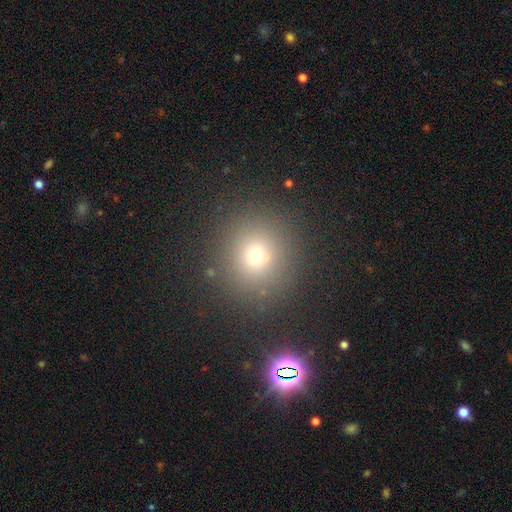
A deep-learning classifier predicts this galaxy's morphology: smooth-or-featured: smooth: 69% | star or artifact: 22% | featured or disk: 10%
  how-rounded: round: 92% | in between: 7% | cigar-shaped: 1%
  merging: none: 86% | minor disturbance: 7% | major disturbance: 4% | merger: 3%